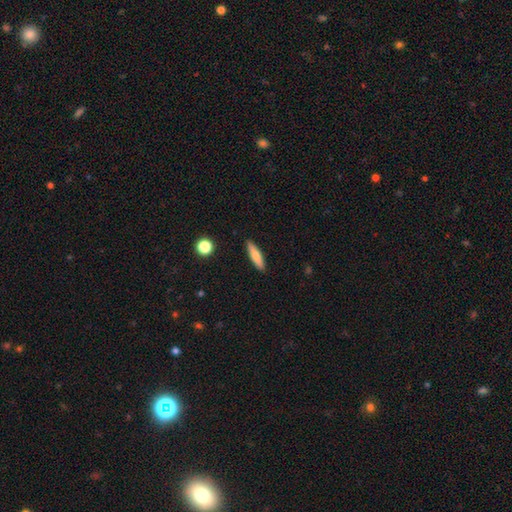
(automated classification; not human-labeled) A smooth galaxy with no disk features (70%) that is cigar-shaped (76%).

Vote fractions:
- Smooth or featured? smooth: 70% / featured or disk: 23% / star or artifact: 7%
- How rounded? cigar-shaped: 76% / in between: 22% / round: 2%
- Merging? none: 89% / minor disturbance: 8% / major disturbance: 2% / merger: 1%